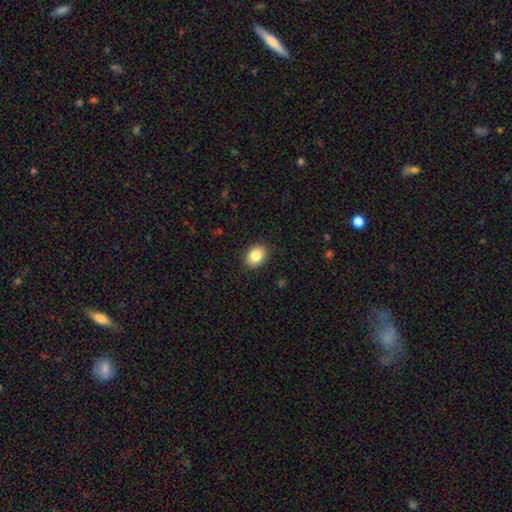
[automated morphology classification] smooth_or_featured: smooth (p=0.86) [alt: star or artifact p=0.08]
how_rounded: in between (p=0.65) [alt: round p=0.34]
merging: none (p=0.89) [alt: minor disturbance p=0.08]